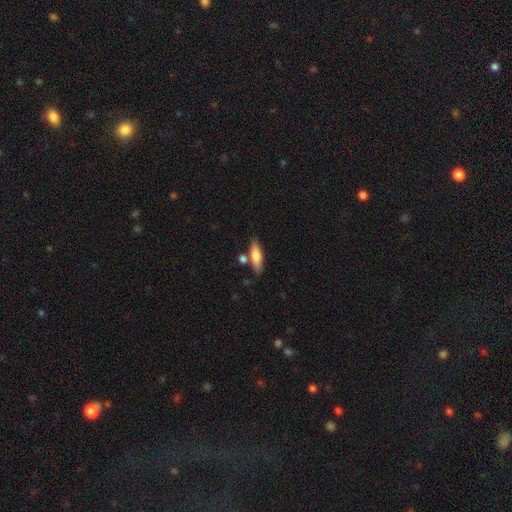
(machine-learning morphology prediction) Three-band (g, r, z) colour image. It shows a smooth galaxy with no disk features (75%) that is cigar-shaped (52%). Merging: none (71%).